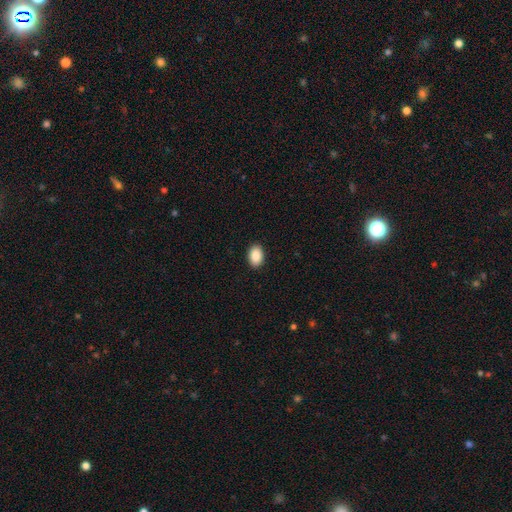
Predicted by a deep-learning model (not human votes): Smooth or featured? smooth (89%)
How rounded? in between (86%)
Merging? none (91%)